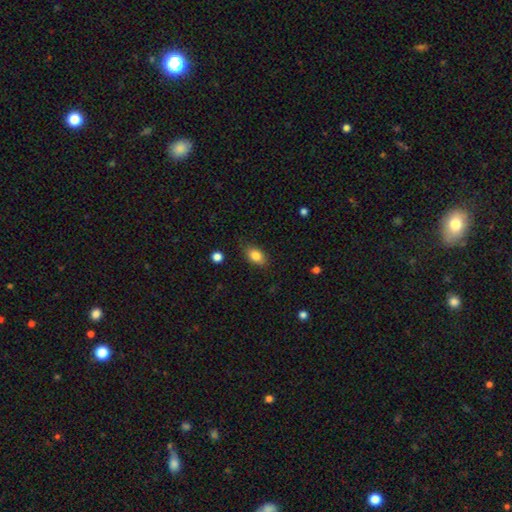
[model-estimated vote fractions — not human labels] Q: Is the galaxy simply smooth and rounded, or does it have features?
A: smooth — 84%.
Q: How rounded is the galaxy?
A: in between — 83%.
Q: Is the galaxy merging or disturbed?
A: none — 83%.